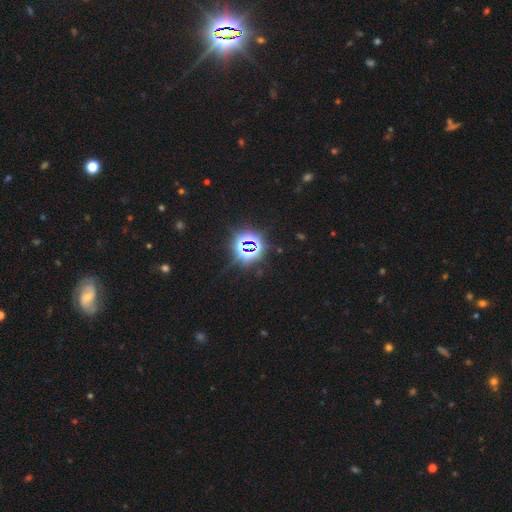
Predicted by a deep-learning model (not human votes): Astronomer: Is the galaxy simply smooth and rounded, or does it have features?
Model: star or artifact — 81%.